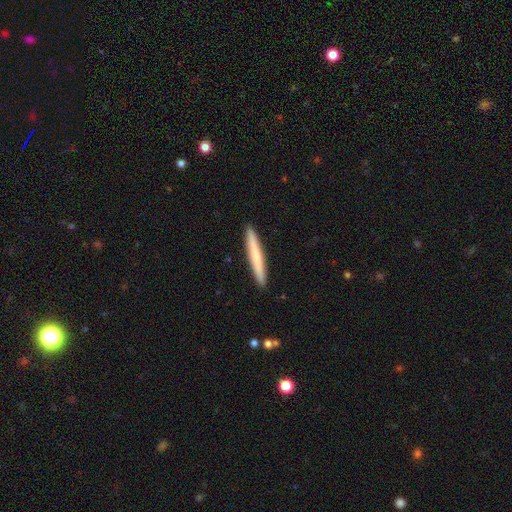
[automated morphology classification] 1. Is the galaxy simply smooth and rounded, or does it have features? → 69% smooth, 26% featured or disk, 5% star or artifact.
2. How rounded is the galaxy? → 96% cigar-shaped, 2% in between, 1% round.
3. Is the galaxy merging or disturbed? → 93% none, 5% minor disturbance, 1% major disturbance, 1% merger.